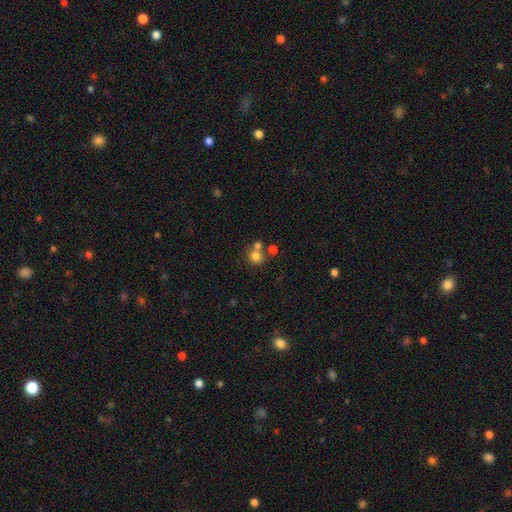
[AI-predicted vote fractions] Q: Smooth or featured?
A: smooth (76%); runner-up: star or artifact (14%)
Q: How rounded?
A: round (85%); runner-up: in between (14%)
Q: Merging?
A: none (55%); runner-up: merger (34%)